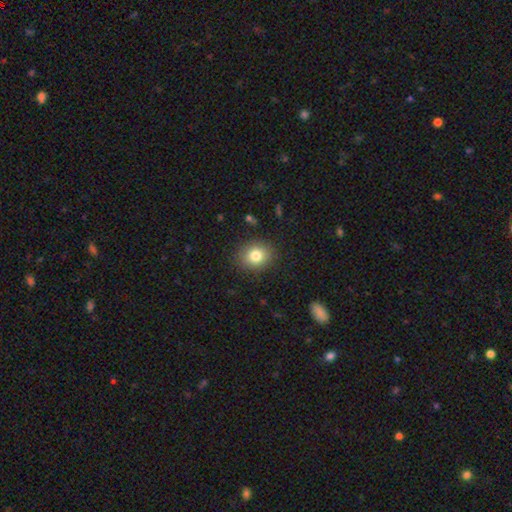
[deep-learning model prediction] This appears to be a smooth galaxy with no disk features (81%) that is round (69%). Merging: none (88%).